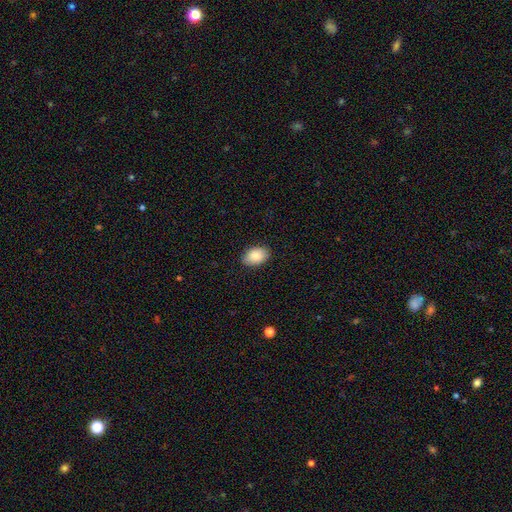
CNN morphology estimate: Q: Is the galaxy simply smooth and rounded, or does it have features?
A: smooth — 88%.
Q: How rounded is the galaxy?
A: in between — 87%.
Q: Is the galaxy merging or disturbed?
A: none — 87%.